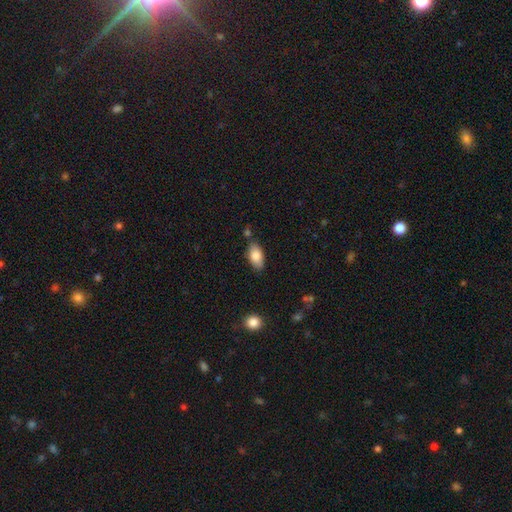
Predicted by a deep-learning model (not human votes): Overall: smooth (84%). How rounded: in between (93%). Merging: none (78%).